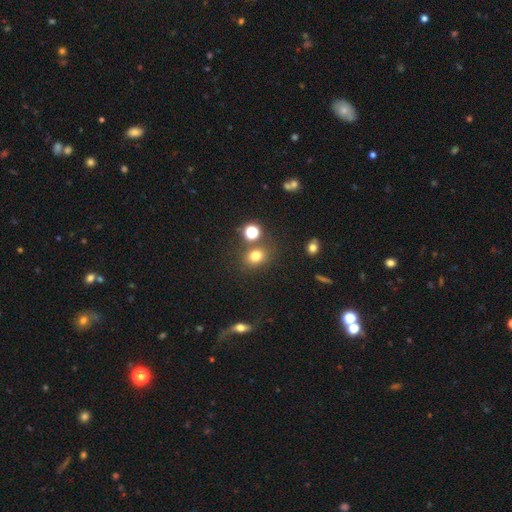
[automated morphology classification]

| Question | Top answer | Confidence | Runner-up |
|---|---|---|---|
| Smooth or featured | smooth | 75% | star or artifact (17%) |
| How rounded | round | 62% | in between (36%) |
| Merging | none | 74% | merger (11%) |